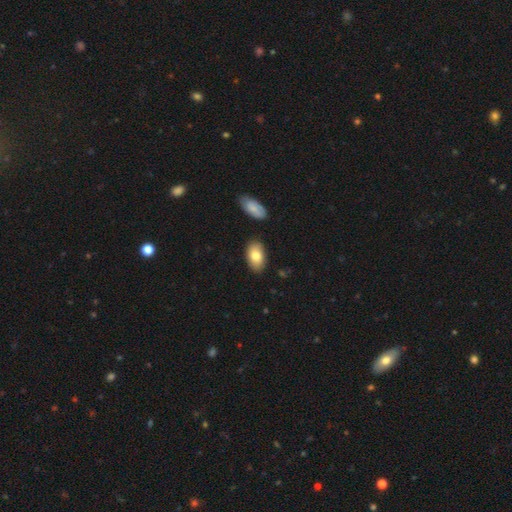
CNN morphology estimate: A smooth galaxy with no disk features (80%) that is in between round and cigar-shaped (94%).

Vote fractions:
- Smooth or featured? smooth: 80% / featured or disk: 14% / star or artifact: 6%
- How rounded? in between: 94% / round: 5% / cigar-shaped: 2%
- Merging? none: 84% / minor disturbance: 11% / merger: 3% / major disturbance: 2%